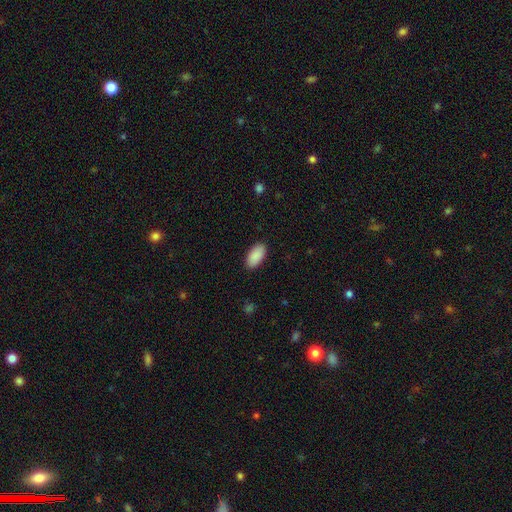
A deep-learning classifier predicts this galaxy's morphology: This is clearly a smooth galaxy (90%). How rounded: clearly in between (95%). Merging: clearly none (88%).